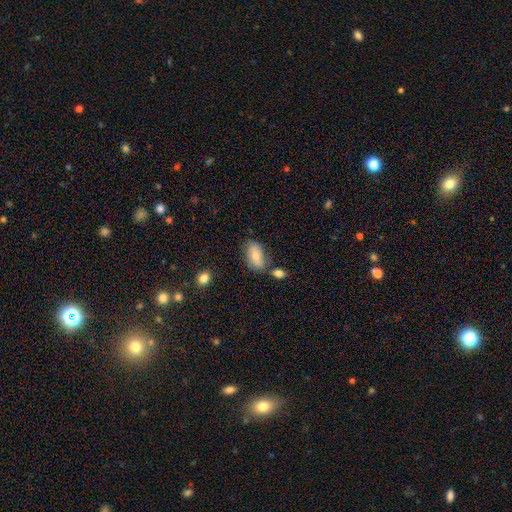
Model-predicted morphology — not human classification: A smooth galaxy with no disk features (69%) that is in between round and cigar-shaped (90%).

Vote fractions:
- Smooth or featured? smooth: 69% / featured or disk: 24% / star or artifact: 7%
- How rounded? in between: 90% / round: 6% / cigar-shaped: 4%
- Merging? none: 62% / minor disturbance: 19% / merger: 14% / major disturbance: 6%